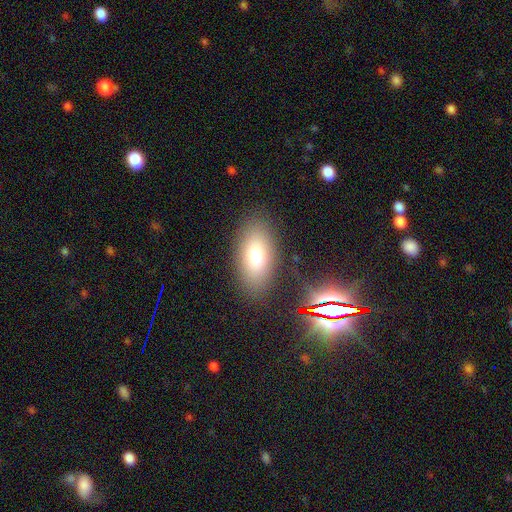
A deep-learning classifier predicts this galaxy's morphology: A smooth galaxy with no disk features (74%) that is in between round and cigar-shaped (90%).

Vote fractions:
- Smooth or featured? smooth: 74% / featured or disk: 14% / star or artifact: 11%
- How rounded? in between: 90% / cigar-shaped: 6% / round: 4%
- Merging? none: 84% / minor disturbance: 10% / major disturbance: 4% / merger: 2%